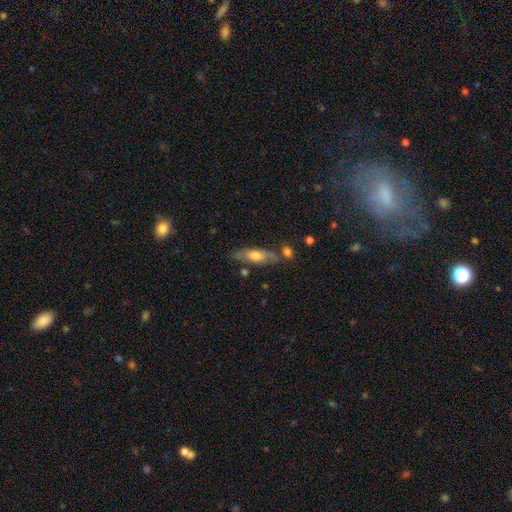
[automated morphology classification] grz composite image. It shows a smooth galaxy with no disk features (56%) that is in between round and cigar-shaped (50%). Merging: none (68%).